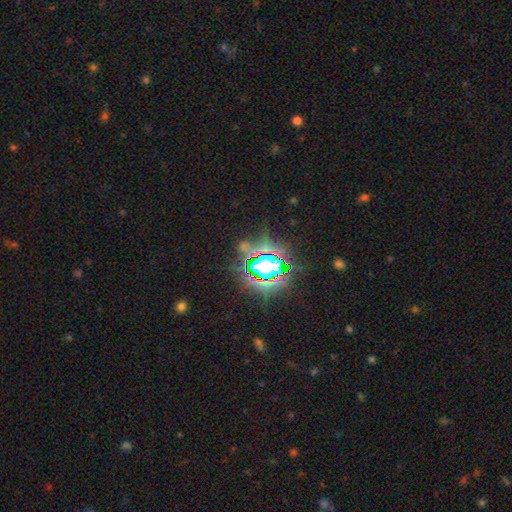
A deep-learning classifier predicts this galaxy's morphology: Smooth or featured? Predicted: star or artifact (p=0.81).